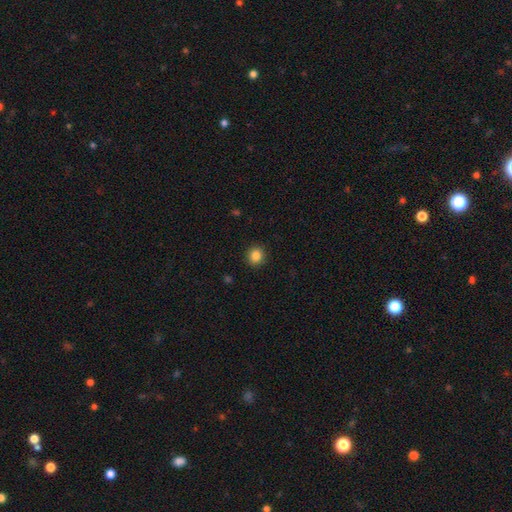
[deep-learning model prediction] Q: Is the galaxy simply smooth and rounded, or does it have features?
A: smooth — 85%.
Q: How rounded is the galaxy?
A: round — 87%.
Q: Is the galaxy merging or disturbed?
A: none — 91%.